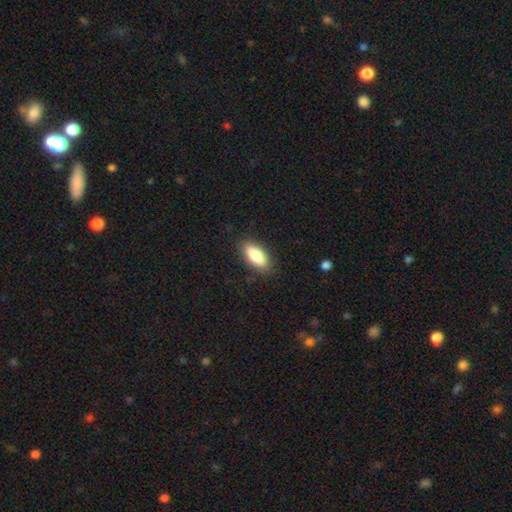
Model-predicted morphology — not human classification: type=smooth (86%); roundness=in between (83%); merging=none (86%).